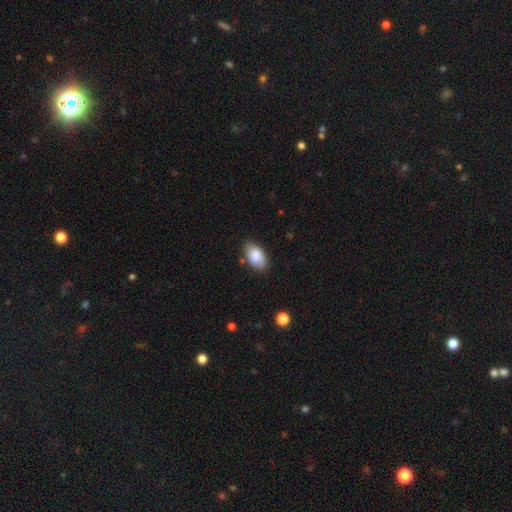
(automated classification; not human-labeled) Overall: smooth (87%). How rounded: in between (93%). Merging: none (79%).